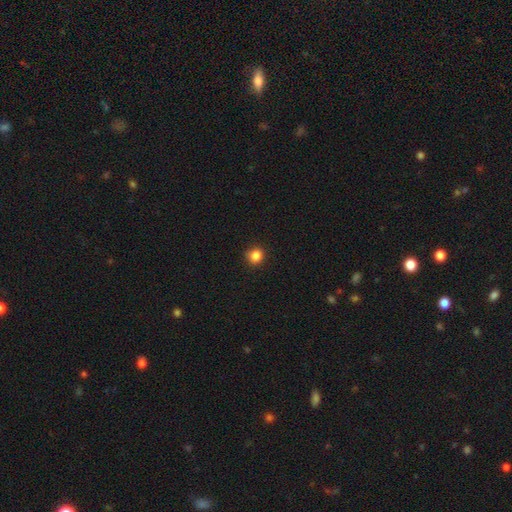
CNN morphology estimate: A smooth galaxy with no disk features (85%) that is round (86%). Merging: none (90%).